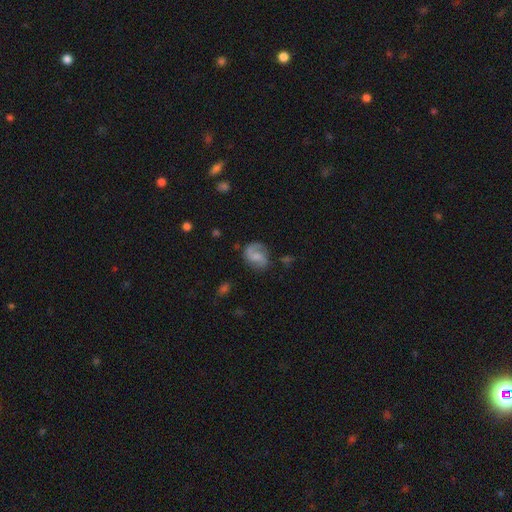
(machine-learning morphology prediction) A featured or disk galaxy (77%) with no bar (47%), 2 (82%) medium (50%) spiral arms (95%) and a small central bulge (35%).

Vote fractions:
- Smooth or featured? featured or disk: 77% / smooth: 17% / star or artifact: 6%
- Edge-on disk? no: 98% / yes: 2%
- Bar? no: 47% / weak: 45% / strong: 9%
- Spiral arms? yes: 95% / no: 5%
- Spiral winding? medium: 50% / loose: 31% / tight: 18%
- Spiral arm count? 2: 82% / 1: 11% / can't tell: 4% / 3: 1% / 4: 1% / more than 4: 1%
- Bulge size? small: 35% / moderate: 33% / none: 26% / large: 5% / dominant: 1%
- Merging? none: 73% / minor disturbance: 18% / major disturbance: 8% / merger: 2%